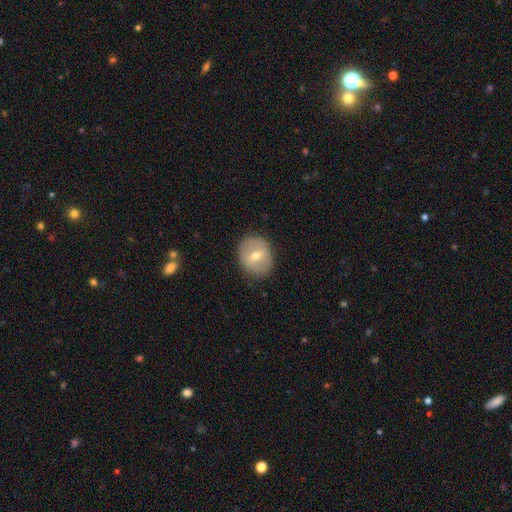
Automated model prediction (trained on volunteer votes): Smooth or featured?
  - smooth: 54% *
  - featured or disk: 38%
  - star or artifact: 8%
How rounded?
  - round: 72% *
  - in between: 27%
  - cigar-shaped: 1%
Merging?
  - none: 85% *
  - minor disturbance: 10%
  - major disturbance: 3%
  - merger: 1%